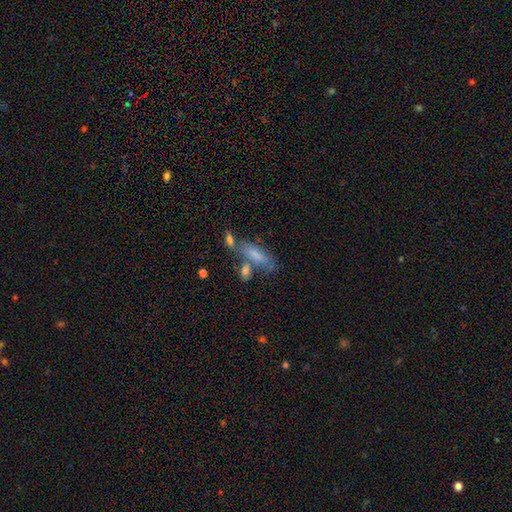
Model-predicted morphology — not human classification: This appears to be a smooth galaxy with no disk features (75%) that is in between round and cigar-shaped (65%). Merging: none (45%).